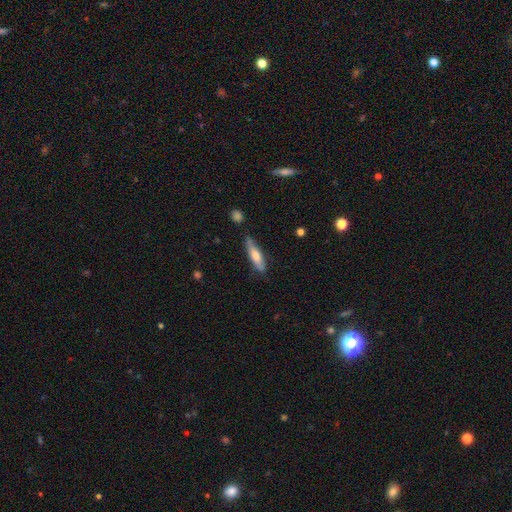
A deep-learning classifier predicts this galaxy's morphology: Smooth or featured: smooth — 63% (featured or disk — 31%)
How rounded: cigar-shaped — 72% (in between — 27%)
Merging: none — 75% (minor disturbance — 19%)